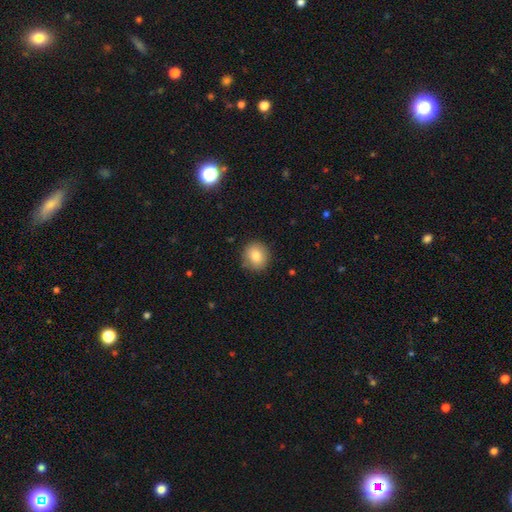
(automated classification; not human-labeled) Smooth or featured? Predicted: smooth (p=0.82). How rounded? Predicted: round (p=0.85). Merging? Predicted: none (p=0.85).